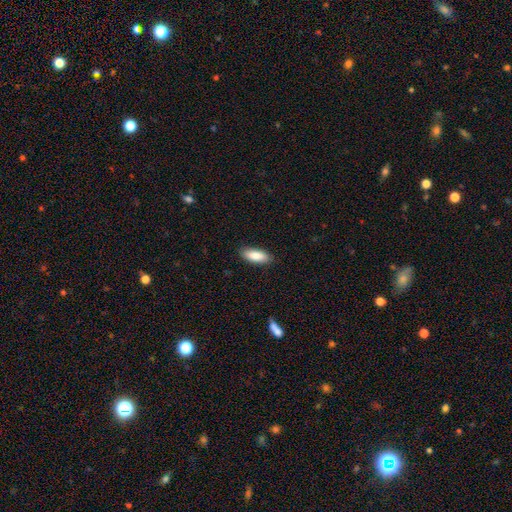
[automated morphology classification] This appears to be a smooth galaxy with no disk features (87%) that is in between round and cigar-shaped (78%). Merging: none (87%).